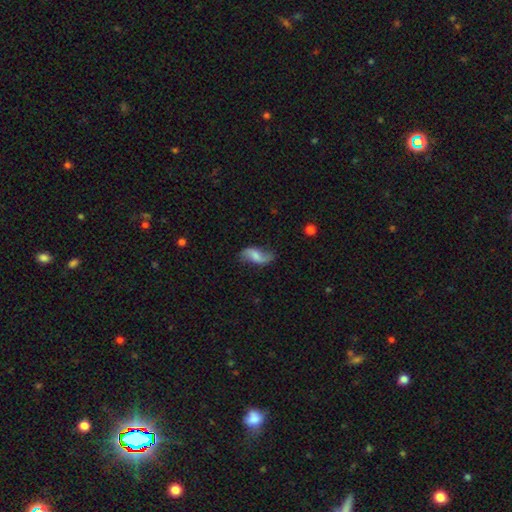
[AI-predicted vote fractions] Smooth or featured: featured or disk — 62% (smooth — 30%)
Edge-on disk: no — 95% (yes — 5%)
Bar: weak — 44% (no — 40%)
Spiral arms: yes — 91% (no — 9%)
Spiral winding: loose — 84% (medium — 12%)
Spiral arm count: 2 — 90% (1 — 4%)
Bulge size: none — 32% (small — 31%)
Merging: none — 70% (minor disturbance — 20%)